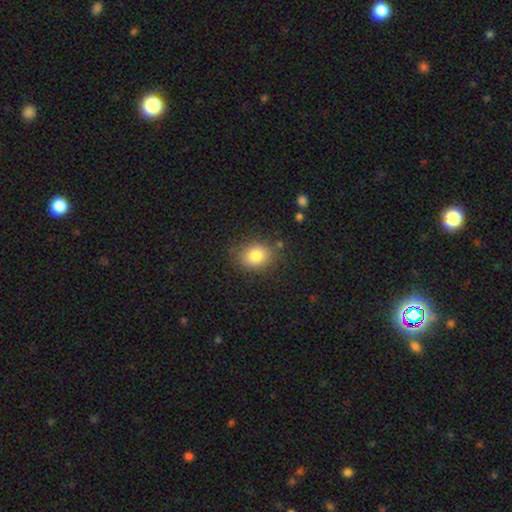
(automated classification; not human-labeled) This is clearly a smooth galaxy (82%). How rounded: possibly round (50%). Merging: clearly none (82%).